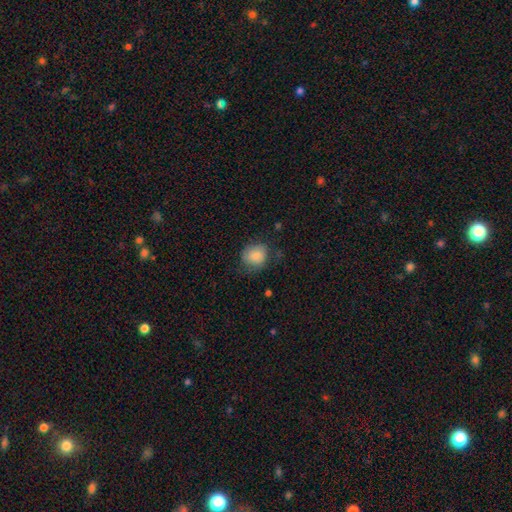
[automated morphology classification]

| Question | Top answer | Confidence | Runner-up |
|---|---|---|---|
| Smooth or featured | smooth | 84% | featured or disk (8%) |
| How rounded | round | 73% | in between (27%) |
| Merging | none | 66% | minor disturbance (24%) |